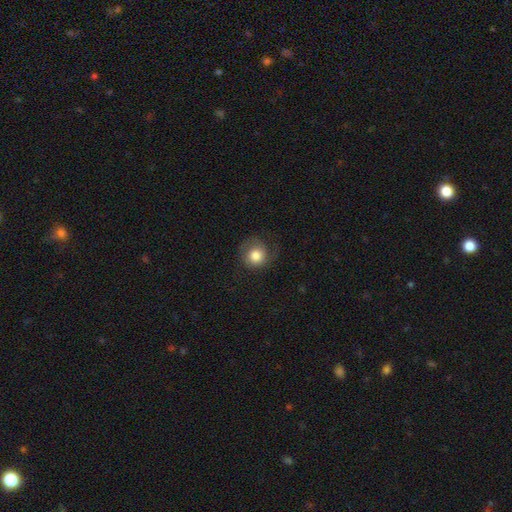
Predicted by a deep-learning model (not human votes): Overall: smooth (75%). How rounded: round (88%). Merging: none (63%).